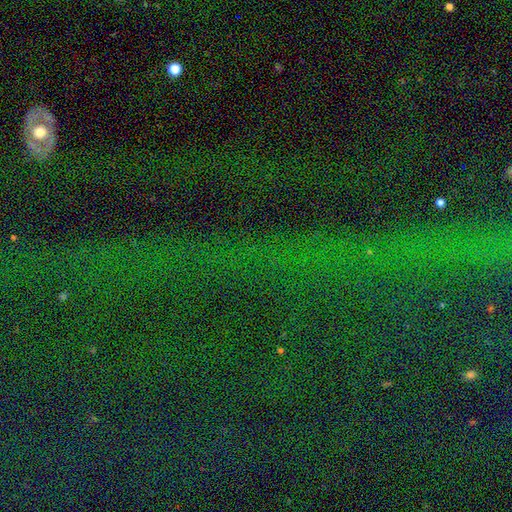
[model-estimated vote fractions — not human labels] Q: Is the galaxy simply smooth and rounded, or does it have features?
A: star or artifact — 82%.